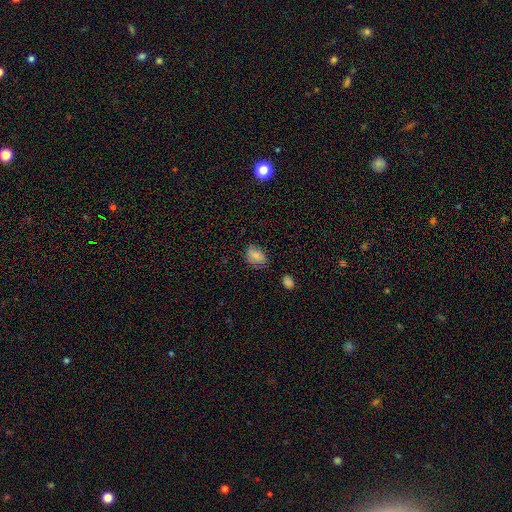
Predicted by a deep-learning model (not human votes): This is clearly a smooth galaxy (83%). How rounded: likely in between (77%). Merging: likely none (65%).